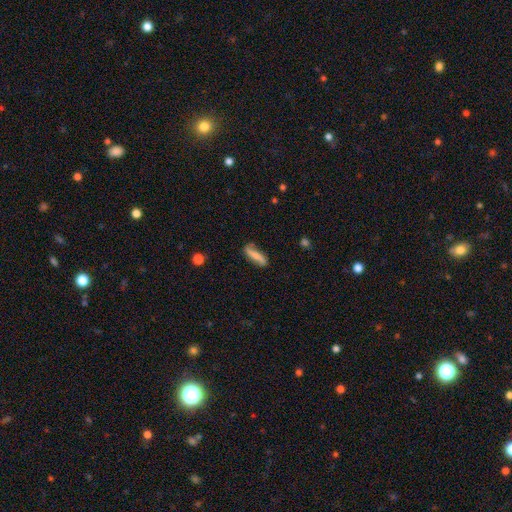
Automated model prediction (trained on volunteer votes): Smooth or featured? smooth (46%, tied with featured or disk)
Merging? none (71%)